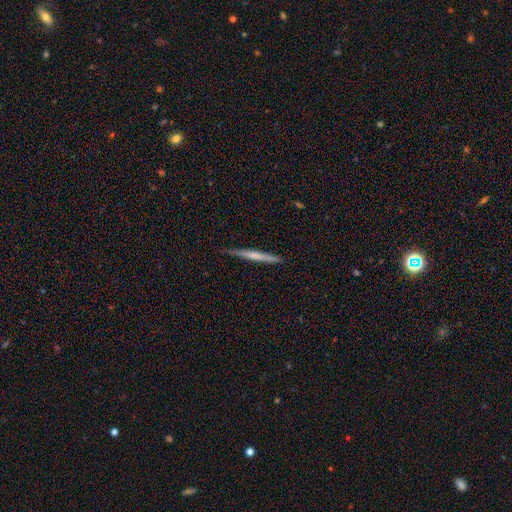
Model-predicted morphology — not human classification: The model was most divided on "smooth or featured": smooth: 49%, featured or disk: 45%, star or artifact: 5%. More confident: merging — none (86%).